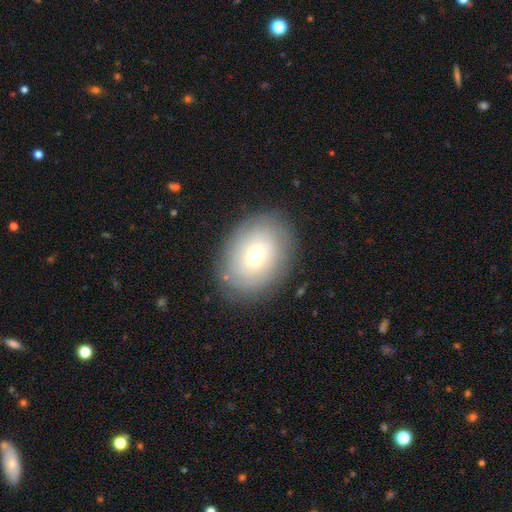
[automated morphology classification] type=featured or disk (46%); merging=none (84%).